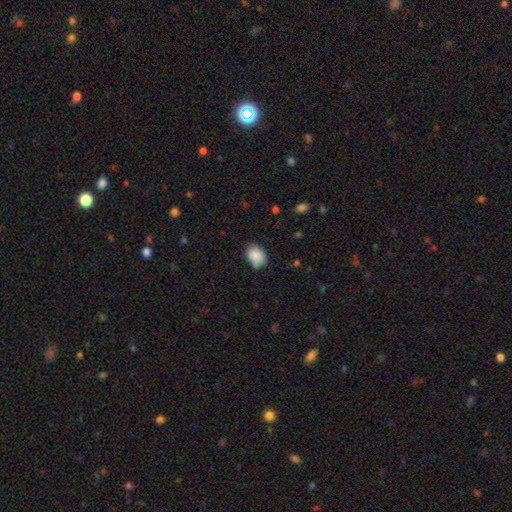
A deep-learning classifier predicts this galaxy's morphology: Q: Smooth or featured?
A: smooth (87%); runner-up: star or artifact (8%)
Q: How rounded?
A: in between (68%); runner-up: round (31%)
Q: Merging?
A: none (69%); runner-up: minor disturbance (24%)